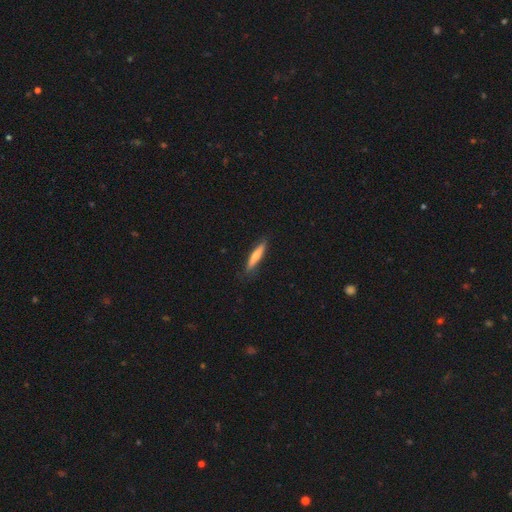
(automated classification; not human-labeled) The model was most divided on "smooth or featured": smooth: 68%, featured or disk: 26%, star or artifact: 5%. More confident: how rounded — cigar-shaped (89%); merging — none (86%).